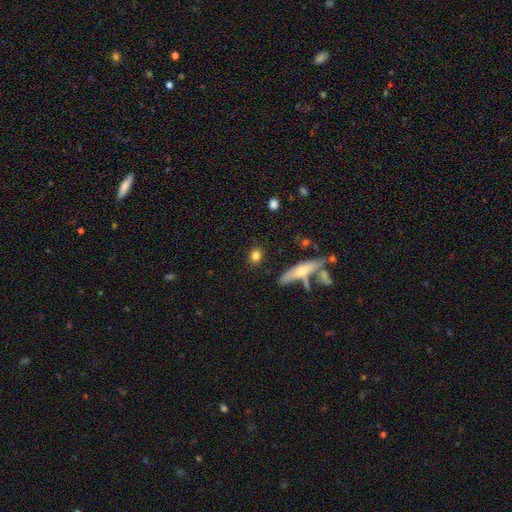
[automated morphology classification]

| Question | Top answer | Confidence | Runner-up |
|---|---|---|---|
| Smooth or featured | smooth | 80% | featured or disk (11%) |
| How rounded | round | 58% | in between (33%) |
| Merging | none | 83% | minor disturbance (9%) |